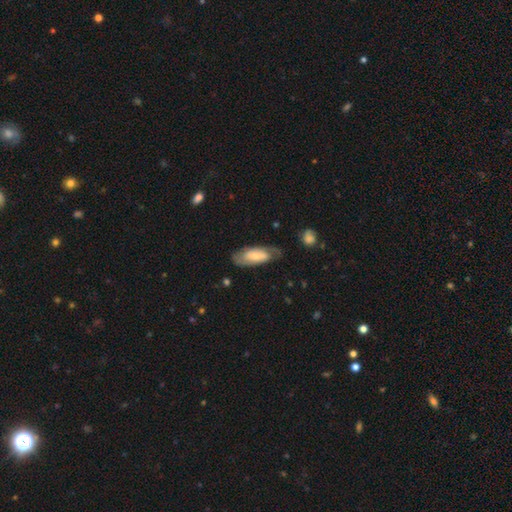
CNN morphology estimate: smooth_or_featured: smooth (p=0.51) [alt: featured or disk p=0.43]
how_rounded: in between (p=0.76) [alt: cigar-shaped p=0.21]
merging: none (p=0.65) [alt: minor disturbance p=0.23]